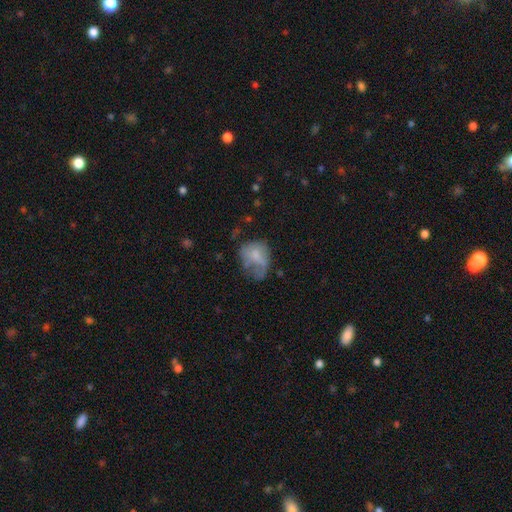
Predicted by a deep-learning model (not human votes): Smooth or featured: smooth — 60% (featured or disk — 30%)
How rounded: in between — 57% (round — 42%)
Merging: major disturbance — 38% (minor disturbance — 30%)